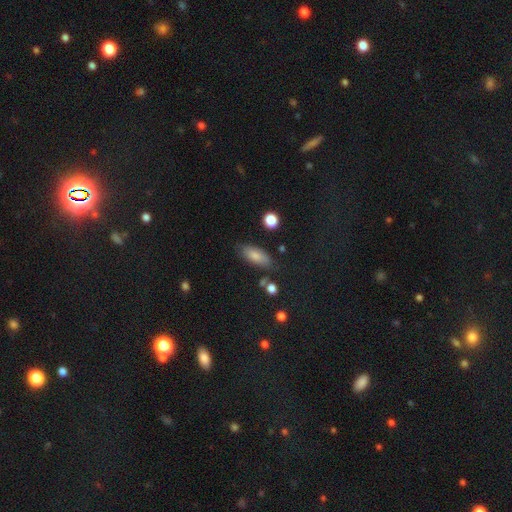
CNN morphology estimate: Smooth or featured? smooth (81%)
How rounded? in between (82%)
Merging? none (76%)